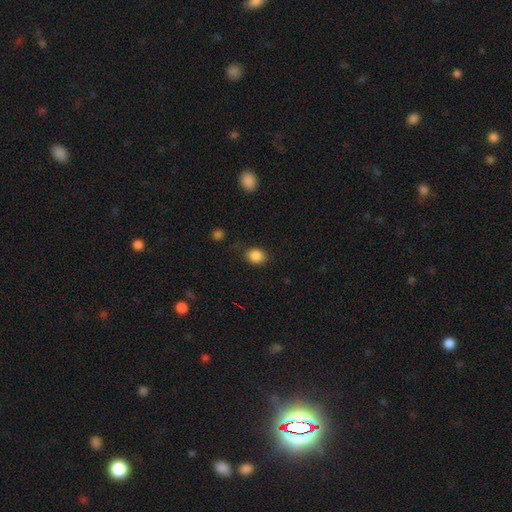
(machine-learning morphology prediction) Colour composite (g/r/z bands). It shows a smooth galaxy with no disk features (86%) that is round (56%). Merging: none (80%).